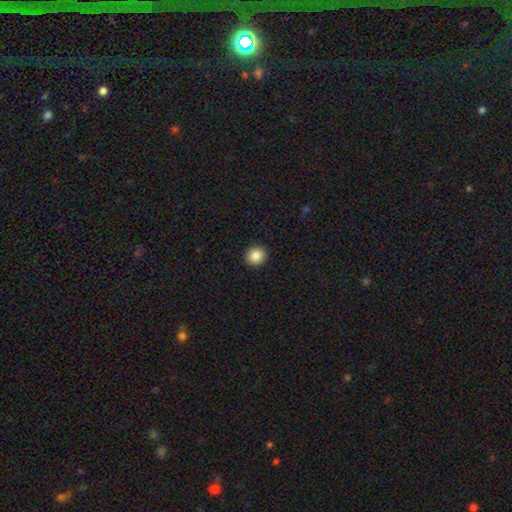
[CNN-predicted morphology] Smooth or featured? Predicted: smooth (p=0.86). How rounded? Predicted: round (p=0.91). Merging? Predicted: none (p=0.93).